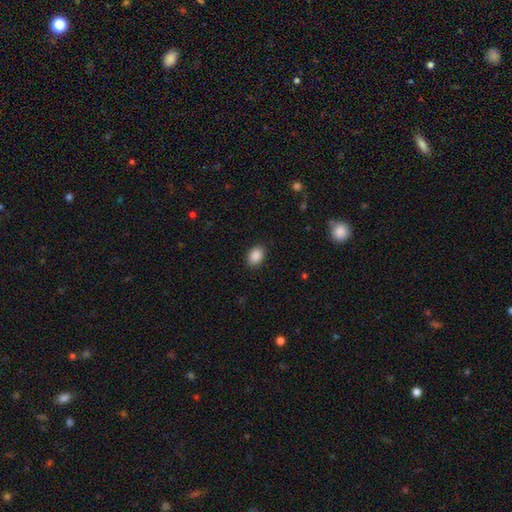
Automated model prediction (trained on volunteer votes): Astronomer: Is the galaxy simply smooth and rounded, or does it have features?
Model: smooth — 90%.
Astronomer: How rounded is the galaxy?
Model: in between — 79%.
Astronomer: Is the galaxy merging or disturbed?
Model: none — 89%.